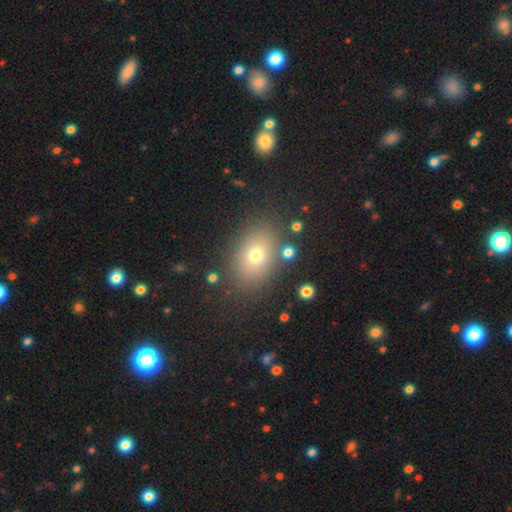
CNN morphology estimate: smooth_or_featured: smooth (p=0.71) [alt: star or artifact p=0.15]
how_rounded: in between (p=0.70) [alt: round p=0.29]
merging: none (p=0.83) [alt: minor disturbance p=0.10]